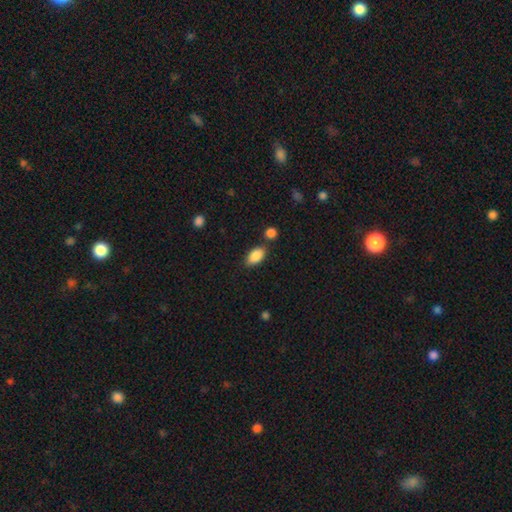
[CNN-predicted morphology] Q: Smooth or featured?
A: smooth (88%); runner-up: star or artifact (7%)
Q: How rounded?
A: in between (91%); runner-up: round (5%)
Q: Merging?
A: none (75%); runner-up: minor disturbance (13%)